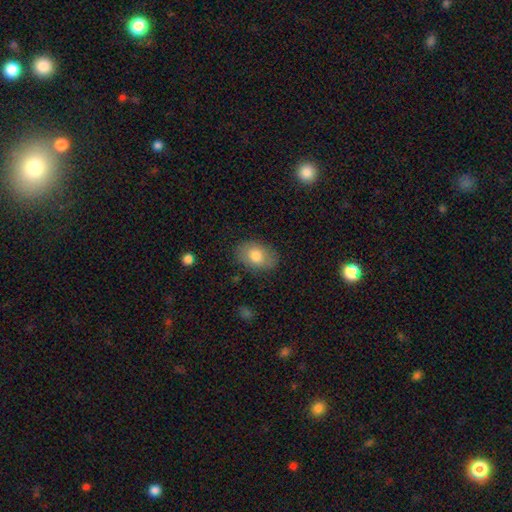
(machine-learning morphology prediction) type=smooth (76%); roundness=in between (84%); merging=none (80%).